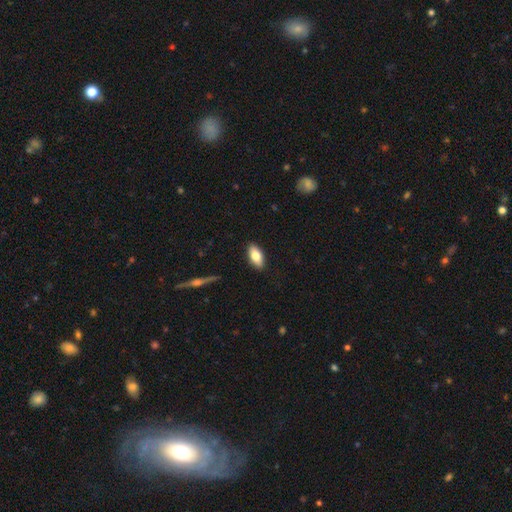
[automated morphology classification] smooth_or_featured: smooth (p=0.73) [alt: featured or disk p=0.20]
how_rounded: in between (p=0.86) [alt: cigar-shaped p=0.11]
merging: none (p=0.88) [alt: minor disturbance p=0.09]